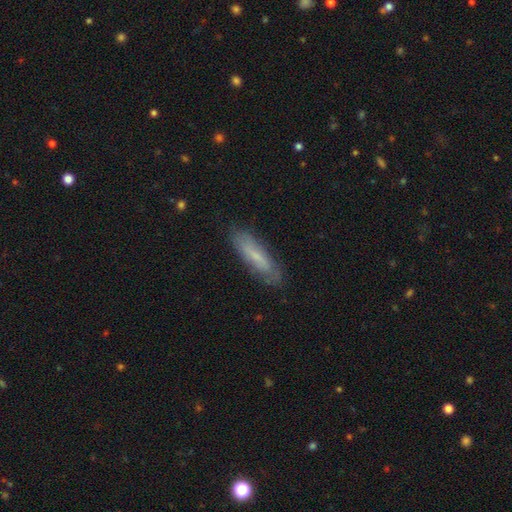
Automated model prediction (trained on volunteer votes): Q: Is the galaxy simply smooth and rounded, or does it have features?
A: smooth — 56%.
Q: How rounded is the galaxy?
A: cigar-shaped — 65%.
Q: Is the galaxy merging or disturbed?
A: none — 81%.